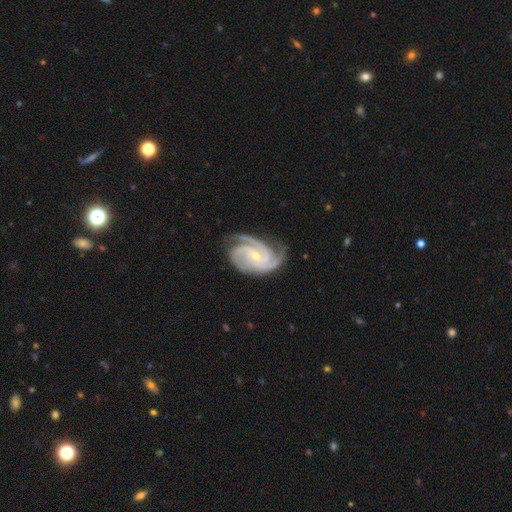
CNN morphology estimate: A featured or disk galaxy (93%) with no bar (54%), 3 (64%) tight (61%) spiral arms (99%) and a small central bulge (68%).

Vote fractions:
- Smooth or featured? featured or disk: 93% / star or artifact: 4% / smooth: 3%
- Edge-on disk? no: 98% / yes: 2%
- Bar? no: 54% / weak: 32% / strong: 14%
- Spiral arms? yes: 99% / no: 1%
- Spiral winding? tight: 61% / medium: 35% / loose: 4%
- Spiral arm count? 3: 64% / 2: 12% / 4: 12% / can't tell: 5% / more than 4: 4% / 1: 4%
- Bulge size? small: 68% / moderate: 29% / none: 1% / large: 1% / dominant: 1%
- Merging? none: 73% / minor disturbance: 20% / major disturbance: 6% / merger: 1%